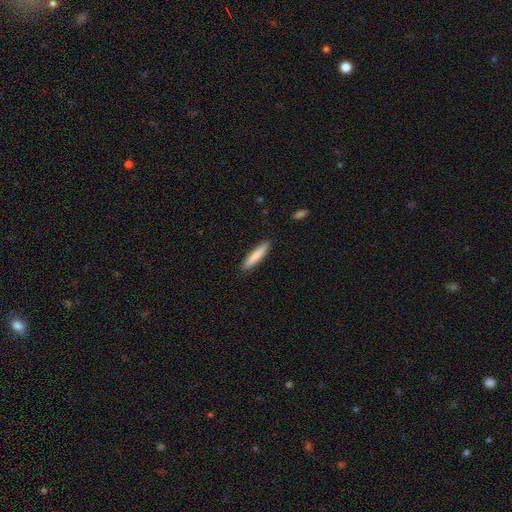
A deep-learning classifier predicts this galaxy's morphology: Smooth or featured? smooth (81%)
How rounded? cigar-shaped (87%)
Merging? none (90%)